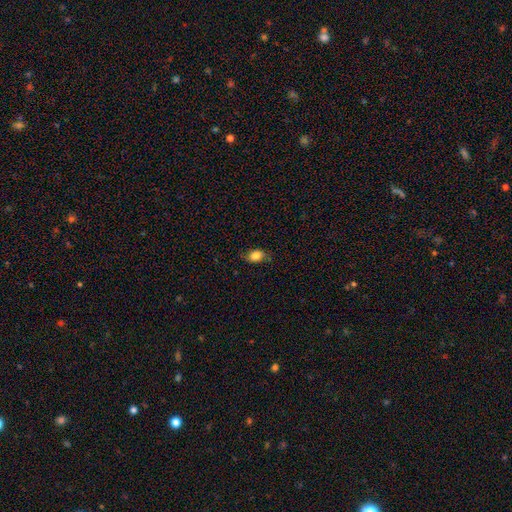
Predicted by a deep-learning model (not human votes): Morphology: type=smooth (83%); roundness=in between (75%); merging=none (75%).